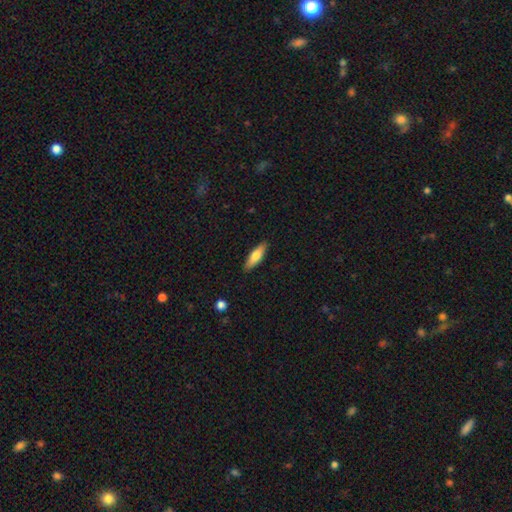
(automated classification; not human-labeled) A smooth galaxy with no disk features (71%) that is cigar-shaped (55%). Merging: none (89%).